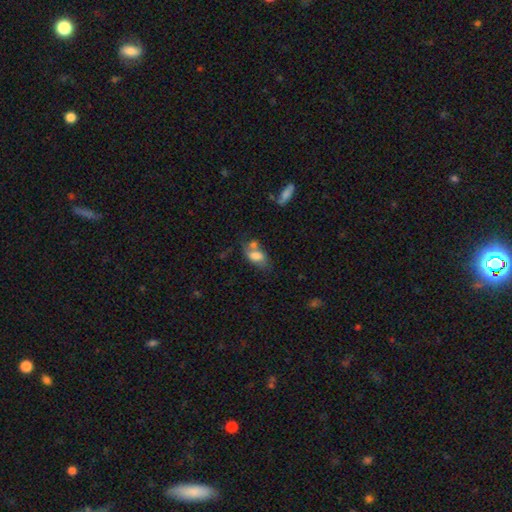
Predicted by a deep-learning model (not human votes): This is likely a smooth galaxy (74%). How rounded: clearly in between (88%). Merging: marginally none (37%).